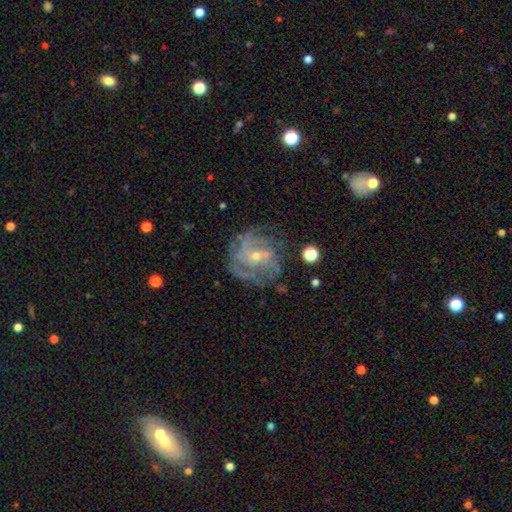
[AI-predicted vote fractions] This appears to be a featured or disk galaxy (84%) with no bar (61%), tight (57%) spiral arms (94%) and a small central bulge (73%). Merging: none (69%).